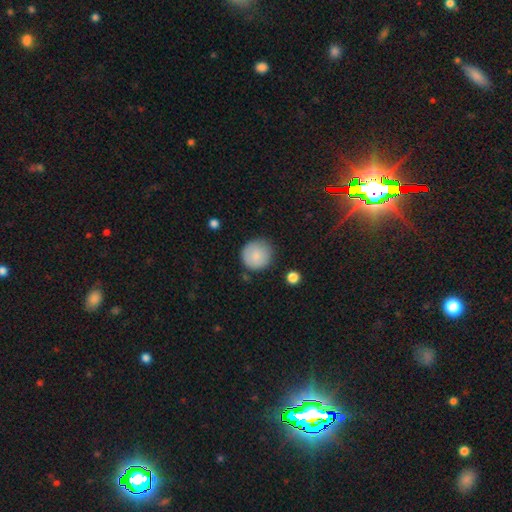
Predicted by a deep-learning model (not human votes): A smooth galaxy with no disk features (85%) that is round (94%).

Vote fractions:
- Smooth or featured? smooth: 85% / featured or disk: 8% / star or artifact: 7%
- How rounded? round: 94% / in between: 5% / cigar-shaped: 1%
- Merging? none: 82% / minor disturbance: 13% / major disturbance: 3% / merger: 2%